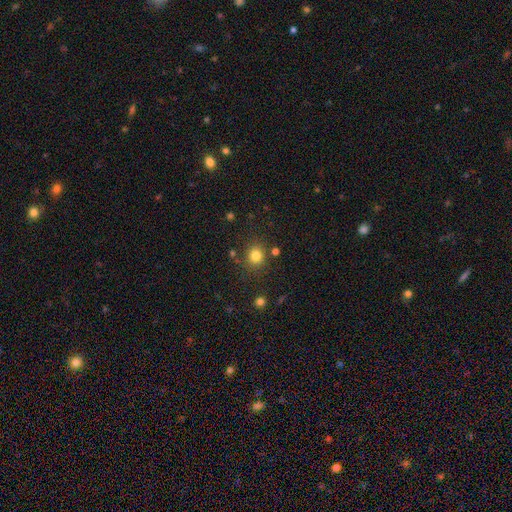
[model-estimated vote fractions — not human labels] A smooth galaxy with no disk features (80%) that is round (85%).

Vote fractions:
- Smooth or featured? smooth: 80% / star or artifact: 14% / featured or disk: 6%
- How rounded? round: 85% / in between: 14% / cigar-shaped: 1%
- Merging? none: 81% / minor disturbance: 10% / merger: 5% / major disturbance: 4%